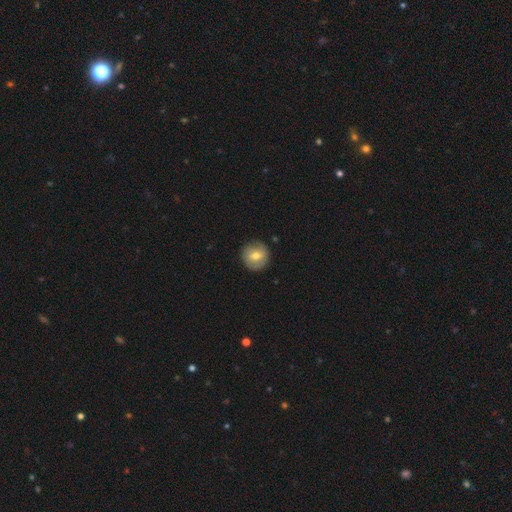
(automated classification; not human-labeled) This is likely a smooth galaxy (63%). How rounded: clearly round (92%). Merging: clearly none (85%).